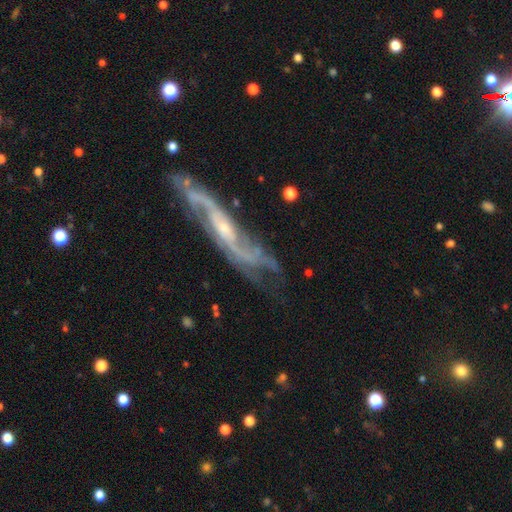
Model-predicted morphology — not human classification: Q: Smooth or featured?
A: featured or disk (88%); runner-up: smooth (6%)
Q: Edge-on disk?
A: no (85%); runner-up: yes (15%)
Q: Bar?
A: no (47%); runner-up: weak (35%)
Q: Spiral arms?
A: yes (96%); runner-up: no (4%)
Q: Spiral winding?
A: loose (42%); runner-up: medium (40%)
Q: Spiral arm count?
A: 2 (72%); runner-up: can't tell (10%)
Q: Bulge size?
A: small (70%); runner-up: moderate (23%)
Q: Merging?
A: none (58%); runner-up: minor disturbance (19%)